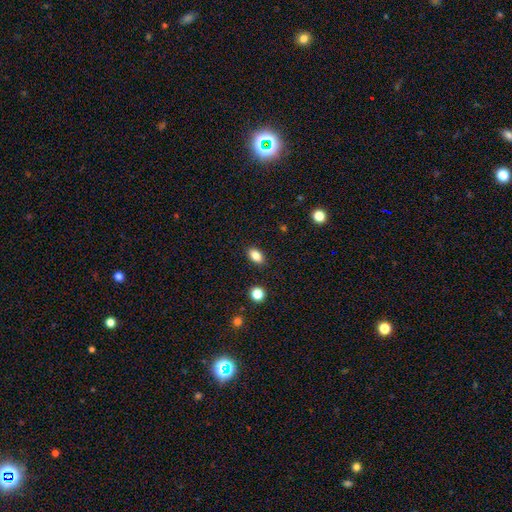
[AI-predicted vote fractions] smooth 85%, star or artifact 9%, featured or disk 5%. Down the decision tree: how rounded — in between (88%); merging — none (88%).